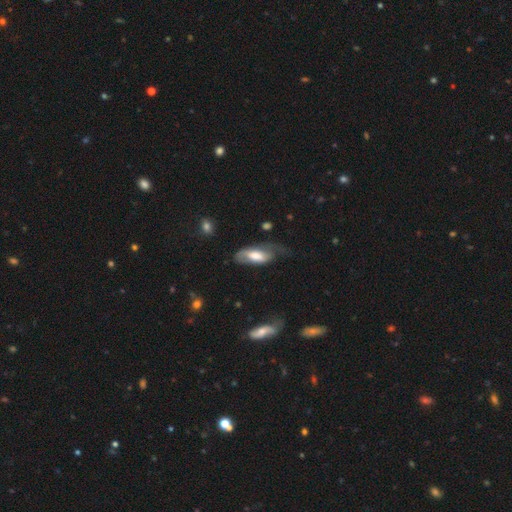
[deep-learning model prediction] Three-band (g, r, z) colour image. It shows a smooth galaxy with no disk features (50%). Merging: major disturbance (34%).